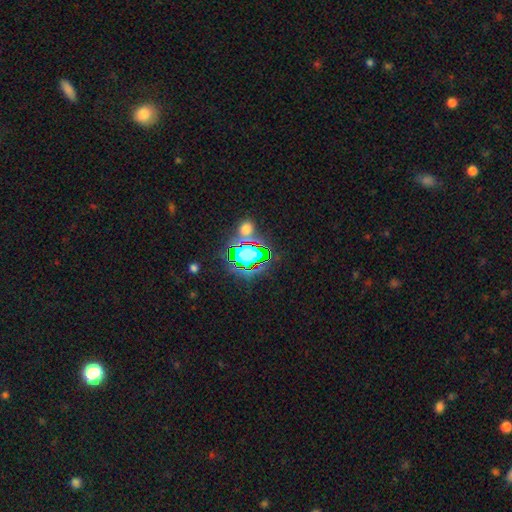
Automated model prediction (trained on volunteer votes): smooth-or-featured: star or artifact: 79% | smooth: 13% | featured or disk: 8%